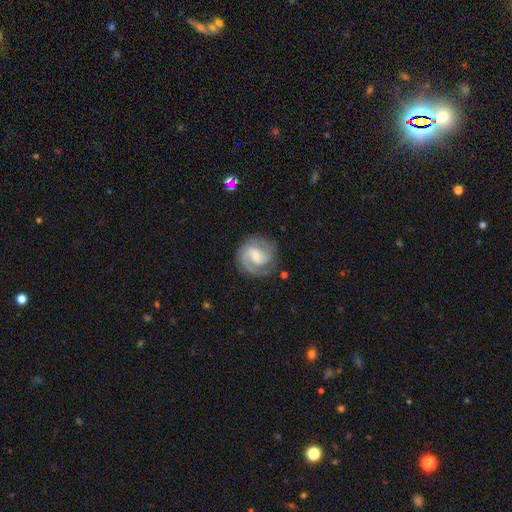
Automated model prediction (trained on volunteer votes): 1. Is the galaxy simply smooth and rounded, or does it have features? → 86% featured or disk, 9% smooth, 5% star or artifact.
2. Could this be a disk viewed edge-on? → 98% no, 2% yes.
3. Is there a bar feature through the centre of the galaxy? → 53% weak, 30% no, 17% strong.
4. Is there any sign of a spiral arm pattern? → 97% yes, 3% no.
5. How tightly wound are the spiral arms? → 47% tight, 43% medium, 10% loose.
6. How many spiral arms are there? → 68% 2, 14% 3, 8% can't tell, 5% 1, 2% 4, 2% more than 4.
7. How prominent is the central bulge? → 52% small, 35% moderate, 7% none, 5% large, 1% dominant.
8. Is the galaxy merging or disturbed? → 78% none, 14% minor disturbance, 7% major disturbance, 1% merger.